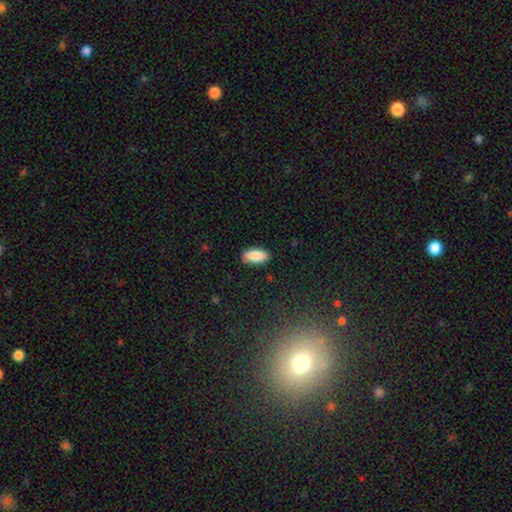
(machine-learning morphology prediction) This appears to be a smooth galaxy with no disk features (89%) that is in between round and cigar-shaped (91%). Merging: none (86%).